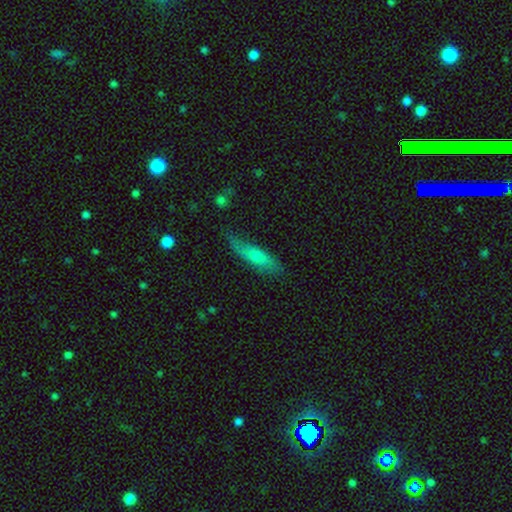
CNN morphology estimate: The model was most divided on "smooth or featured": smooth: 61%, featured or disk: 32%, star or artifact: 6%. More confident: how rounded — cigar-shaped (68%); merging — none (65%).